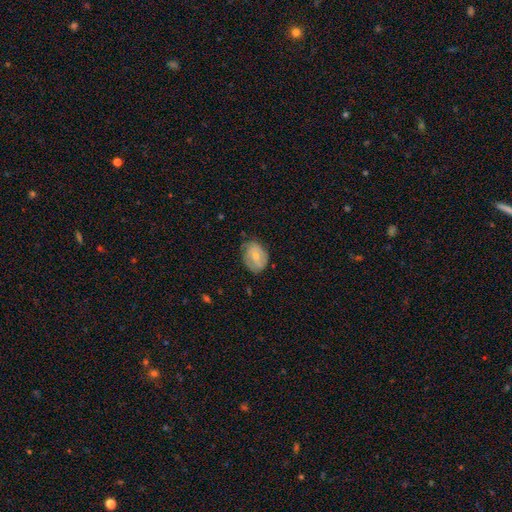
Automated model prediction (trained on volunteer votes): smooth 55%, featured or disk 38%, star or artifact 7%. Down the decision tree: how rounded — in between (67%); merging — none (65%).